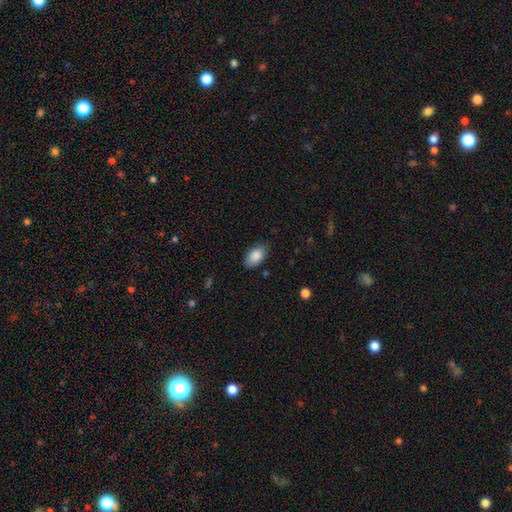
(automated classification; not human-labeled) smooth_or_featured: smooth (p=0.87) [alt: star or artifact p=0.07]
how_rounded: in between (p=0.93) [alt: round p=0.05]
merging: none (p=0.82) [alt: minor disturbance p=0.14]